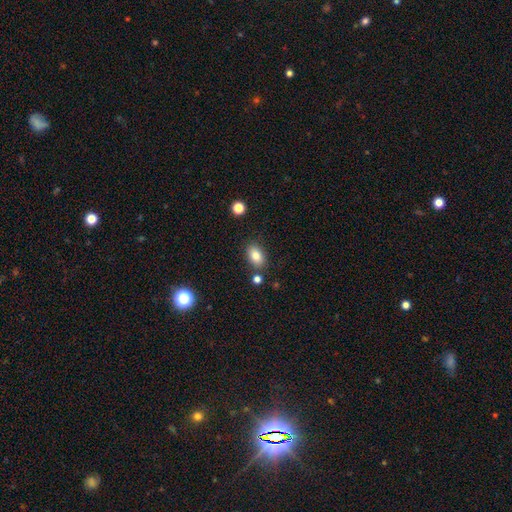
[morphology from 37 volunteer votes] Volunteers were most divided on "smooth or featured": smooth: 86%, featured or disk: 8%, star or artifact: 5%. More confident: merging — none (89%); how rounded — in between (88%).